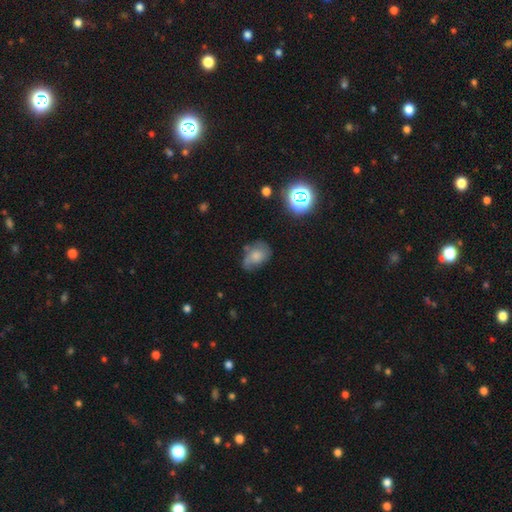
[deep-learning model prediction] Smooth or featured?
  - smooth: 57% *
  - featured or disk: 31%
  - star or artifact: 12%
How rounded?
  - in between: 76% *
  - round: 22%
  - cigar-shaped: 1%
Merging?
  - none: 46% *
  - minor disturbance: 34%
  - major disturbance: 15%
  - merger: 5%